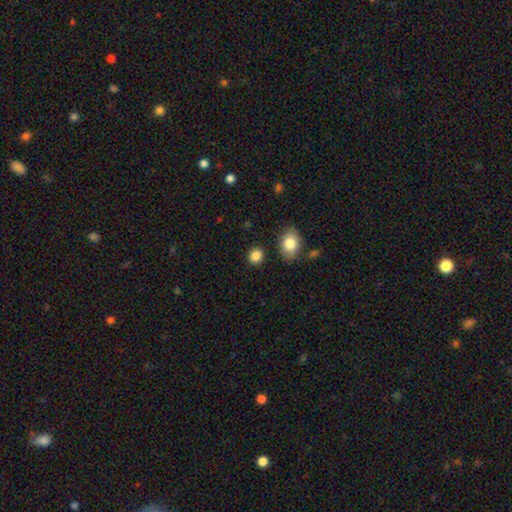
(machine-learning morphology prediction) The model was most divided on "how rounded": round: 65%, in between: 33%, cigar-shaped: 1%. More confident: smooth or featured — smooth (86%); merging — none (86%).